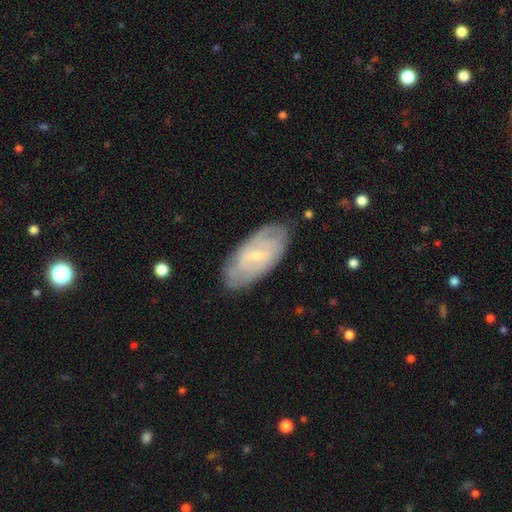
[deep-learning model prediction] Morphology: type=featured or disk (68%); edge-on=no (91%); bar=weak (53%); spiral arms=yes (77%); bulge=small (70%); merging=none (78%).